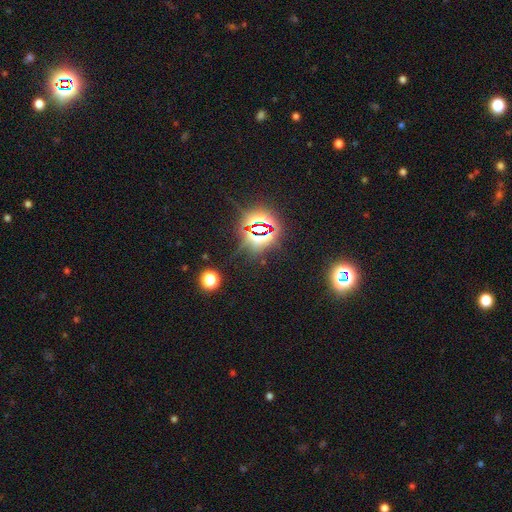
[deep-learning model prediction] smooth_or_featured: star or artifact (p=0.82) [alt: smooth p=0.11]